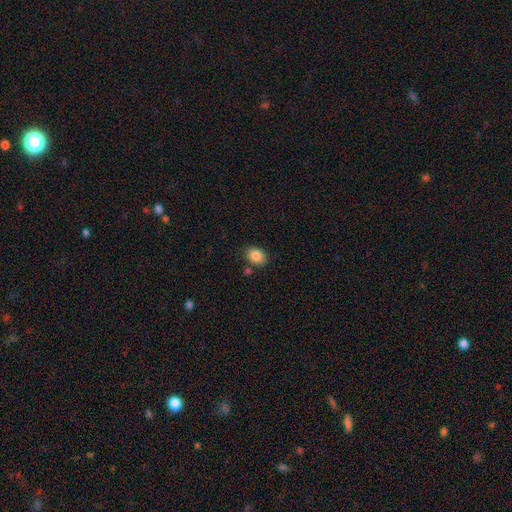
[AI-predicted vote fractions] A smooth galaxy with no disk features (85%) that is in between round and cigar-shaped (68%). Merging: none (77%).